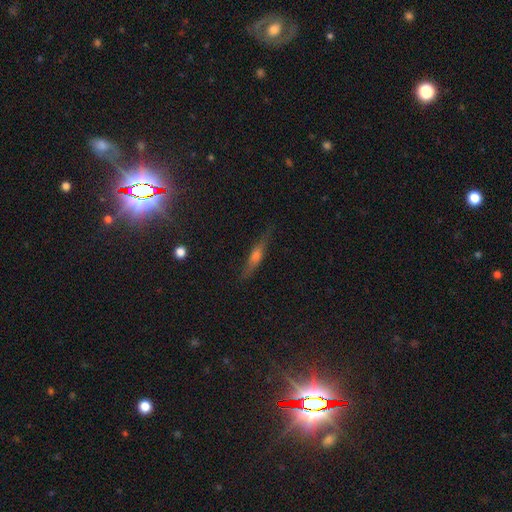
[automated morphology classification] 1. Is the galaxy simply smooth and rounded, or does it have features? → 58% featured or disk, 31% smooth, 12% star or artifact.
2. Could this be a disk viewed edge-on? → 93% yes, 7% no.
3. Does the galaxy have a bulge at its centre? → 77% rounded, 12% boxy, 10% none.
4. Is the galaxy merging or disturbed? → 83% none, 13% minor disturbance, 3% major disturbance, 1% merger.